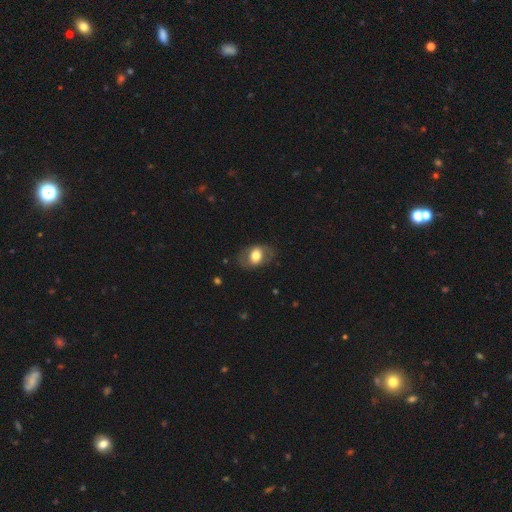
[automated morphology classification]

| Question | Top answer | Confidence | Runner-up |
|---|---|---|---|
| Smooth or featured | smooth | 62% | featured or disk (31%) |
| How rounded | in between | 77% | round (22%) |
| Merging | none | 76% | minor disturbance (15%) |